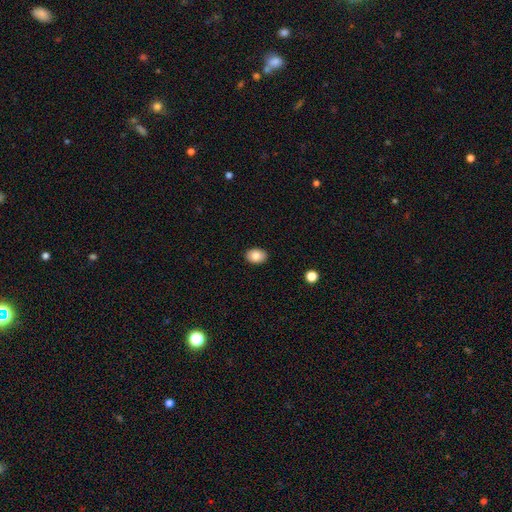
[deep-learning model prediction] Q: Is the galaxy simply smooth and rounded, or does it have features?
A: smooth — 84%.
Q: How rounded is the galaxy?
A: in between — 77%.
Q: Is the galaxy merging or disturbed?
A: none — 90%.